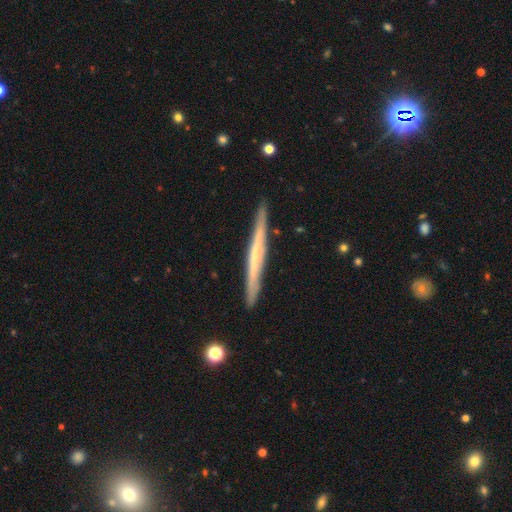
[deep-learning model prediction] Smooth or featured? featured or disk (58%)
Edge-on disk? yes (97%)
Edge-on bulge? none (77%)
Merging? none (90%)